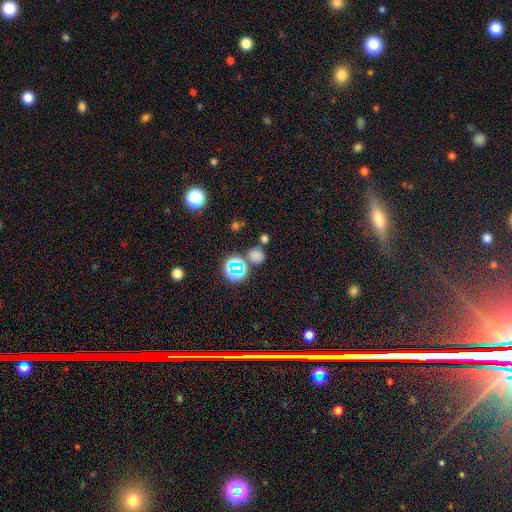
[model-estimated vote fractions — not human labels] smooth-or-featured: smooth: 64% | star or artifact: 30% | featured or disk: 6%
  how-rounded: round: 85% | in between: 14% | cigar-shaped: 1%
  merging: none: 71% | merger: 16% | minor disturbance: 9% | major disturbance: 4%